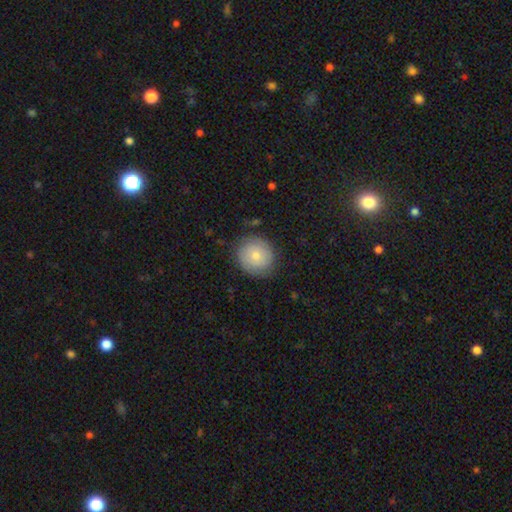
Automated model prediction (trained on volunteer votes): This appears to be a smooth galaxy with no disk features (58%) that is round (87%). Merging: none (81%).